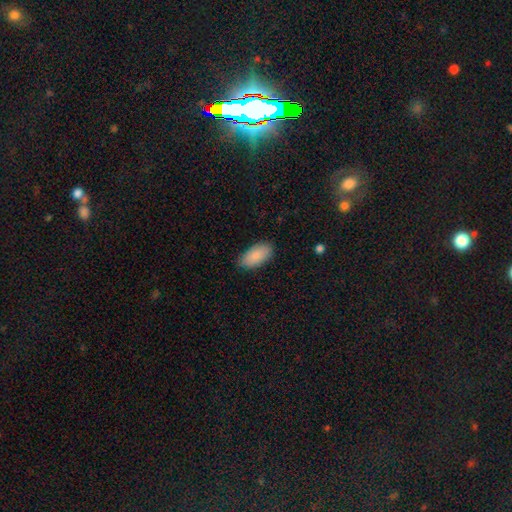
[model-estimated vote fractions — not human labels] Smooth or featured? Predicted: smooth (p=0.88). How rounded? Predicted: in between (p=0.94). Merging? Predicted: none (p=0.84).